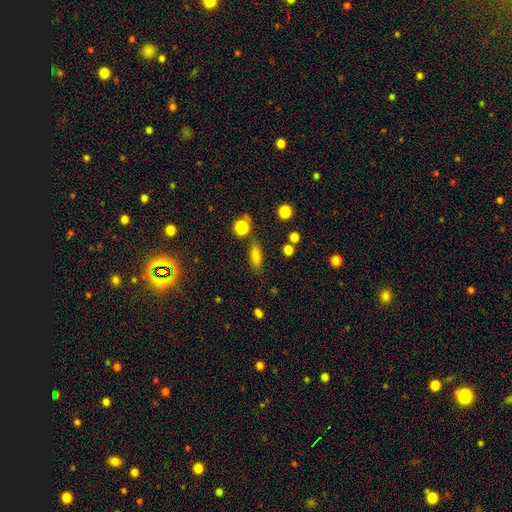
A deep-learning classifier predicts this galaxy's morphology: A smooth galaxy with no disk features (80%) that is in between round and cigar-shaped (68%).

Vote fractions:
- Smooth or featured? smooth: 80% / star or artifact: 13% / featured or disk: 7%
- How rounded? in between: 68% / cigar-shaped: 24% / round: 8%
- Merging? none: 76% / minor disturbance: 13% / merger: 6% / major disturbance: 5%